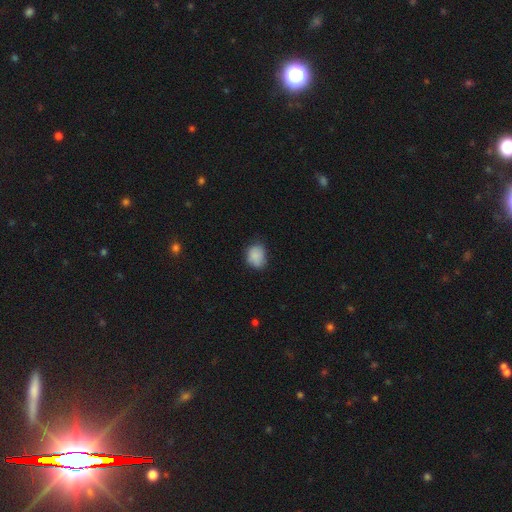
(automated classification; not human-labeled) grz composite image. It shows a smooth galaxy with no disk features (86%) that is round (52%). Merging: none (66%).